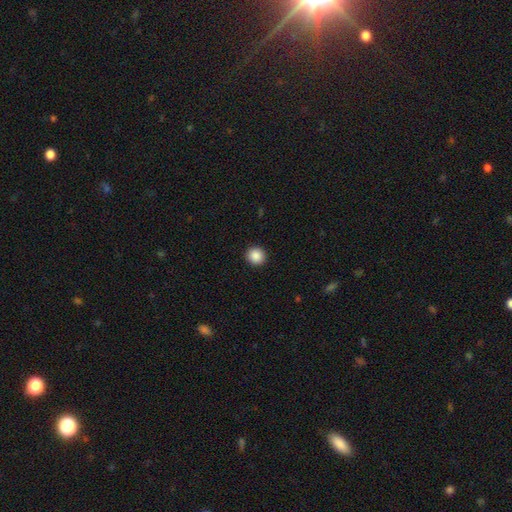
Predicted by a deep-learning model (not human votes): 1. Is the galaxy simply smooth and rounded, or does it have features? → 88% smooth, 9% star or artifact, 3% featured or disk.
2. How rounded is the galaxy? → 92% round, 7% in between, 1% cigar-shaped.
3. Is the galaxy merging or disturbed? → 93% none, 5% minor disturbance, 2% major disturbance, 1% merger.